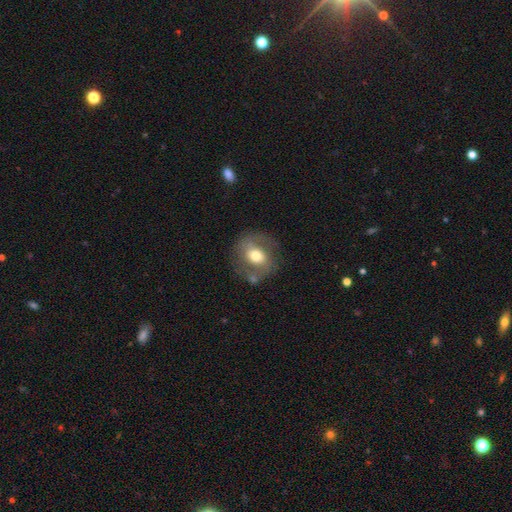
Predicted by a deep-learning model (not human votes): A smooth galaxy with no disk features (47%).

Vote fractions:
- Smooth or featured? smooth: 47% / featured or disk: 45% / star or artifact: 8%
- Merging? none: 69% / minor disturbance: 17% / major disturbance: 9% / merger: 5%